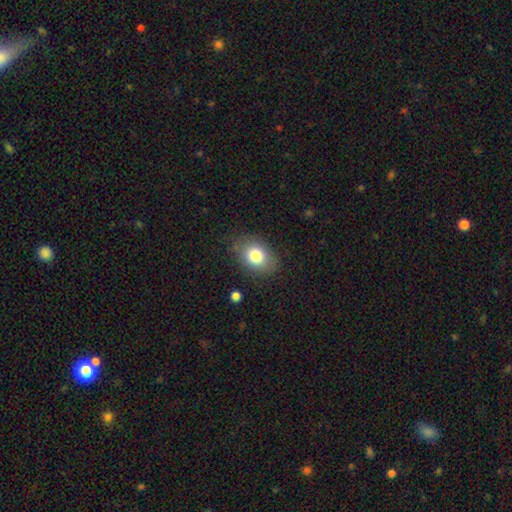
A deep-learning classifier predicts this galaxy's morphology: smooth_or_featured: smooth (p=0.79) [alt: featured or disk p=0.12]
how_rounded: in between (p=0.73) [alt: round p=0.26]
merging: none (p=0.80) [alt: minor disturbance p=0.14]